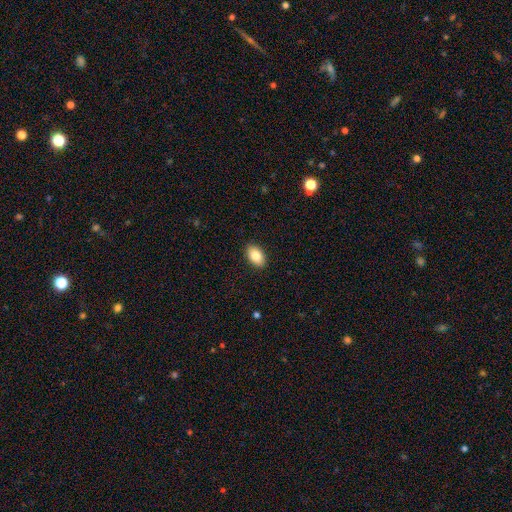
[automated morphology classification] This is clearly a smooth galaxy (84%). How rounded: clearly in between (91%). Merging: clearly none (90%).